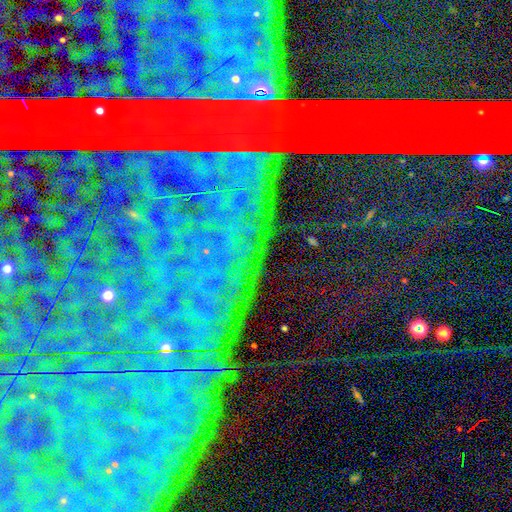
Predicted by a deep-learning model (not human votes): Overall: star or artifact (82%).